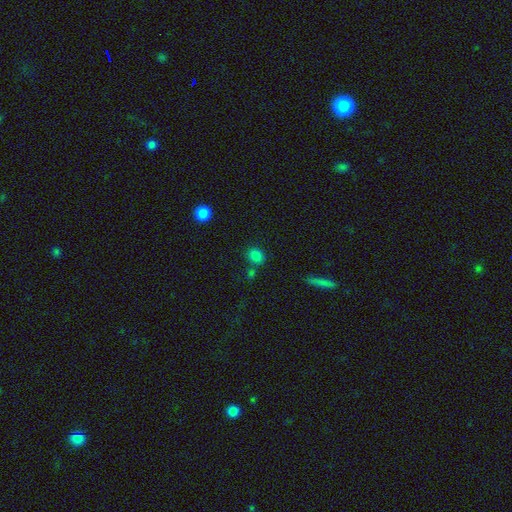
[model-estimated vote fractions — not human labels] Smooth or featured: smooth — 81% (star or artifact — 13%)
How rounded: round — 64% (in between — 35%)
Merging: none — 73% (merger — 13%)